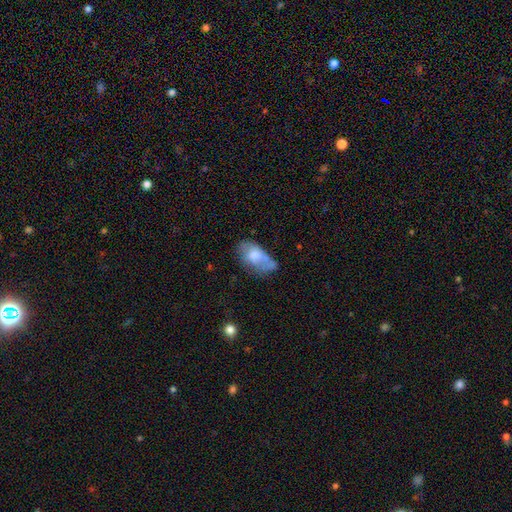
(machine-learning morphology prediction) smooth-or-featured: smooth: 62% | featured or disk: 29% | star or artifact: 8%
  how-rounded: in between: 91% | round: 7% | cigar-shaped: 2%
  merging: none: 30% | minor disturbance: 29% | major disturbance: 21% | merger: 20%